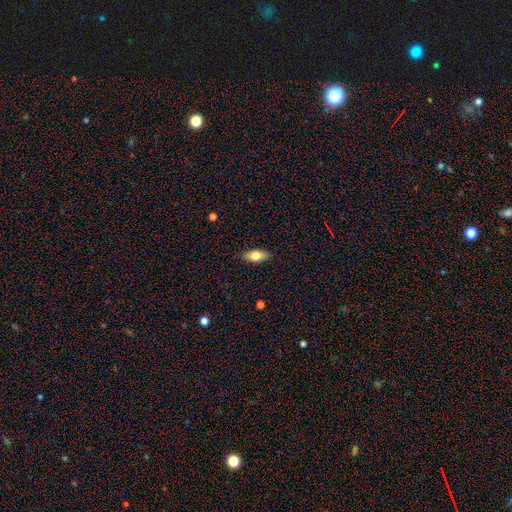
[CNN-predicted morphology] smooth_or_featured: smooth (p=0.74) [alt: featured or disk p=0.19]
how_rounded: in between (p=0.84) [alt: cigar-shaped p=0.13]
merging: none (p=0.88) [alt: minor disturbance p=0.09]